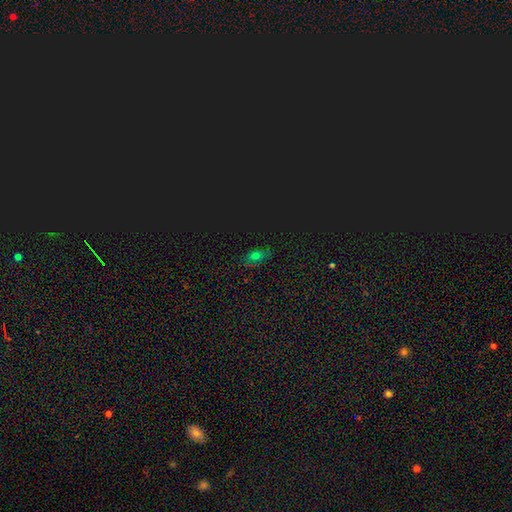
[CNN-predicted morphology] A smooth galaxy with no disk features (45%). Merging: none (74%).